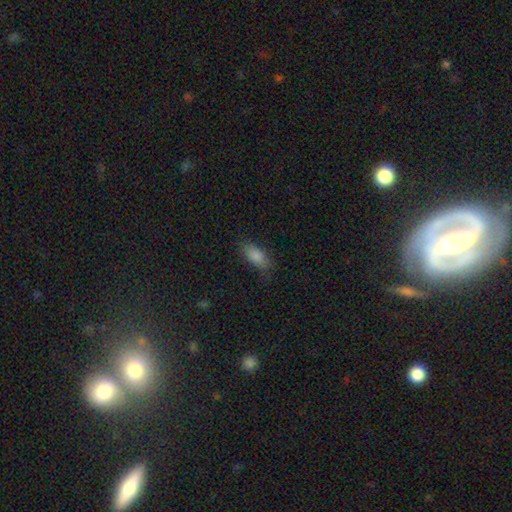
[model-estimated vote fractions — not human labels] This appears to be a smooth galaxy with no disk features (83%) that is in between round and cigar-shaped (82%). Merging: none (79%).